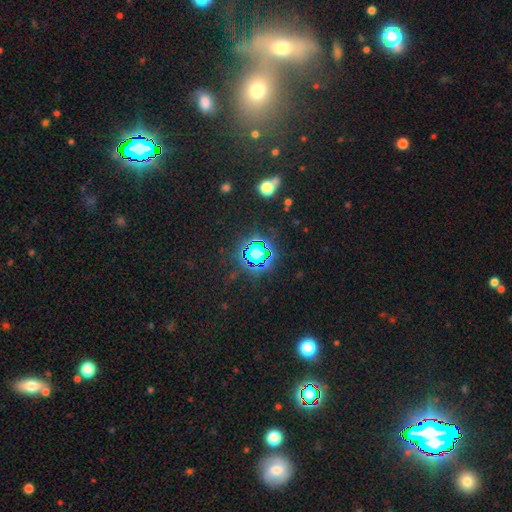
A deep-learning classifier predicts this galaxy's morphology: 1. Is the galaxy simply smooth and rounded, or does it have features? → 75% star or artifact, 17% smooth, 8% featured or disk.